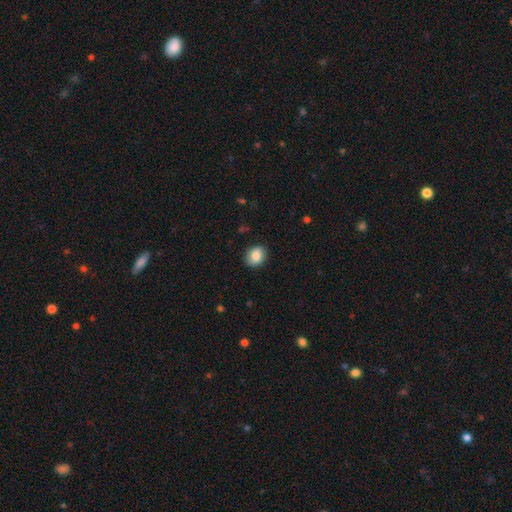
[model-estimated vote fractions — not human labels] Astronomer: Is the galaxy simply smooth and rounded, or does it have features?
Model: smooth — 83%.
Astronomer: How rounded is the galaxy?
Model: round — 57% (runner-up: in between, 42%).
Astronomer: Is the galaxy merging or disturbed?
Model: none — 87%.